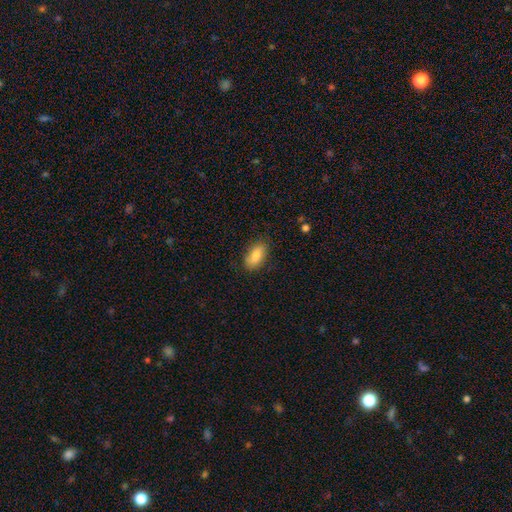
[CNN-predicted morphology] This is clearly a smooth galaxy (84%). How rounded: clearly in between (92%). Merging: clearly none (81%).